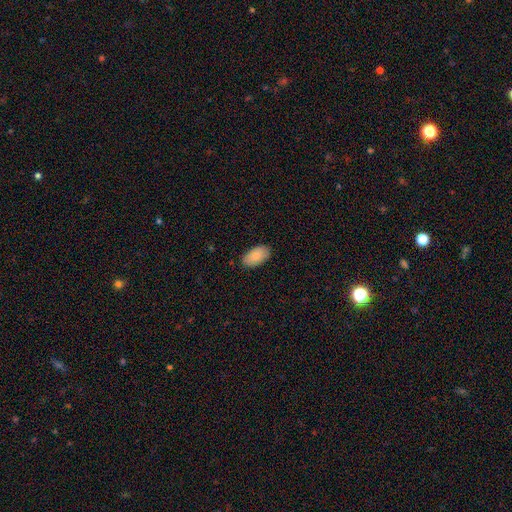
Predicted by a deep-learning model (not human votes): Morphology: type=smooth (87%); roundness=in between (95%); merging=none (86%).